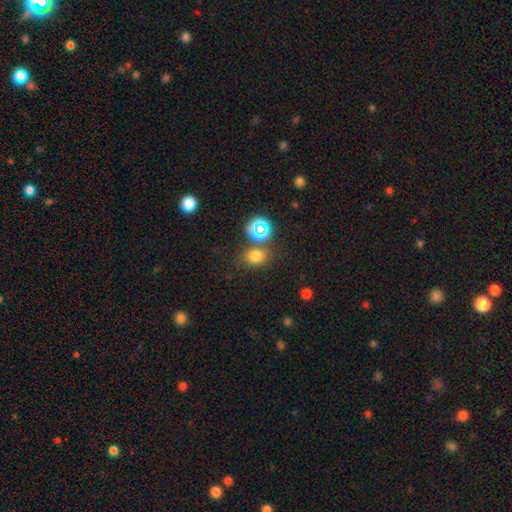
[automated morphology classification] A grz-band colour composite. It shows a smooth galaxy with no disk features (73%) that is round (51%). Merging: none (72%).